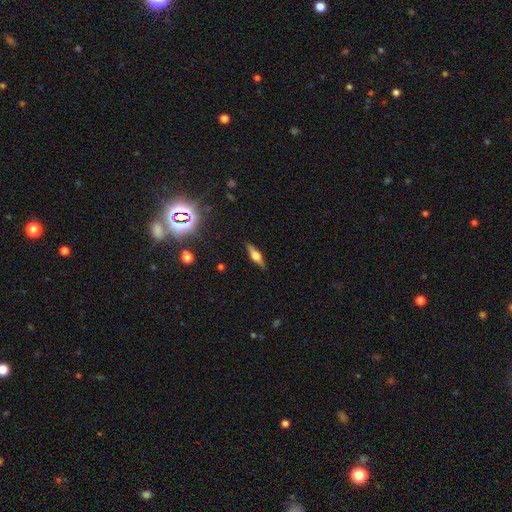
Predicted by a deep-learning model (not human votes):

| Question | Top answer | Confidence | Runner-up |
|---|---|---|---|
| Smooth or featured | featured or disk | 58% | smooth (34%) |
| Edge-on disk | yes | 94% | no (6%) |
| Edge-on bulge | rounded | 90% | boxy (8%) |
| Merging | none | 88% | minor disturbance (9%) |